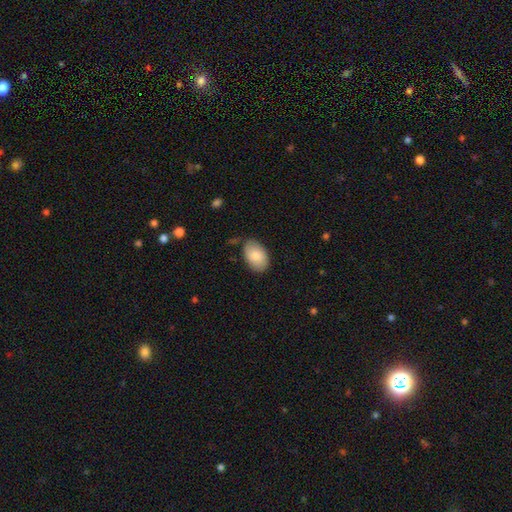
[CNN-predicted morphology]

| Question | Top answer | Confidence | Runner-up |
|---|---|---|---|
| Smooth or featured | smooth | 85% | featured or disk (9%) |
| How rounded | in between | 91% | round (8%) |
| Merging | none | 77% | minor disturbance (18%) |